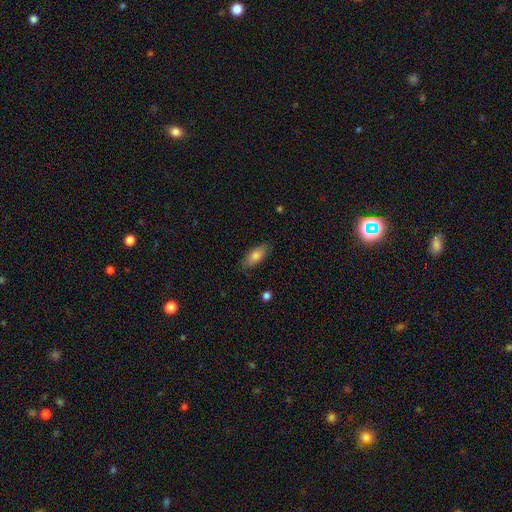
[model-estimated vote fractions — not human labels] This appears to be a smooth galaxy with no disk features (80%) that is in between round and cigar-shaped (80%). Merging: none (84%).